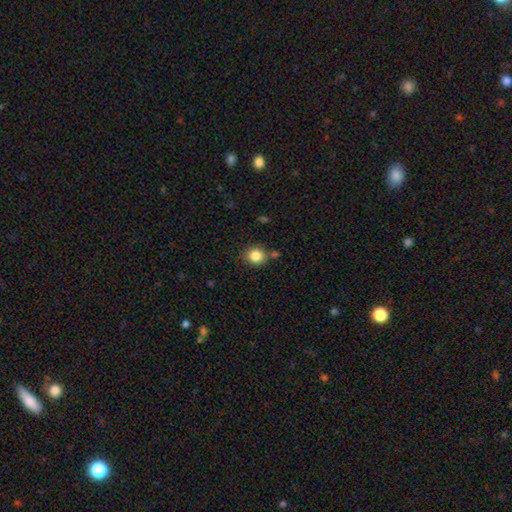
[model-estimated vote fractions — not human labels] Q: Smooth or featured?
A: smooth (84%); runner-up: star or artifact (10%)
Q: How rounded?
A: round (85%); runner-up: in between (14%)
Q: Merging?
A: none (78%); runner-up: minor disturbance (12%)